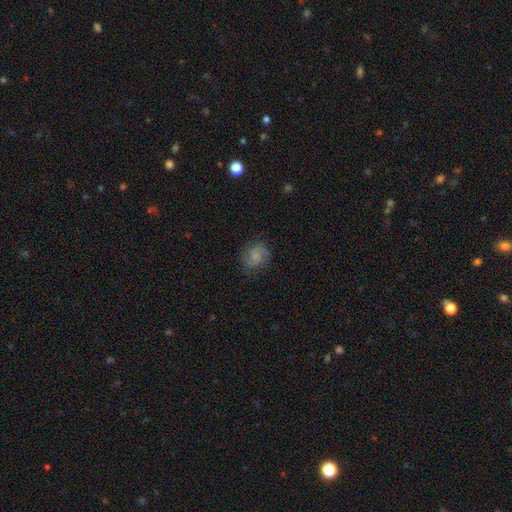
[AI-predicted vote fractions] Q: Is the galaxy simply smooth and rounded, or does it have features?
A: featured or disk — 61%.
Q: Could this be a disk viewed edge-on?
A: no — 98%.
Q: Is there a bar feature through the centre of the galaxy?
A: no — 56%.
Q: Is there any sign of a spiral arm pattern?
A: yes — 94%.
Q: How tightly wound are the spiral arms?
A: medium — 50%.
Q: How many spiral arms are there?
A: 2 — 86%.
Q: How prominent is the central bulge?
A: small — 39%.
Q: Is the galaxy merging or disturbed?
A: none — 78%.